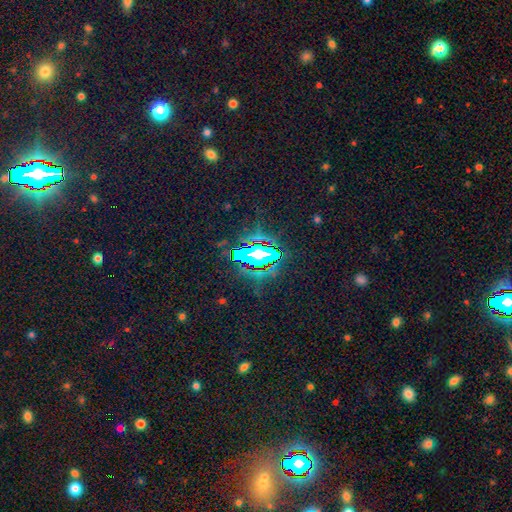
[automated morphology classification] Smooth or featured? Predicted: star or artifact (p=0.76).